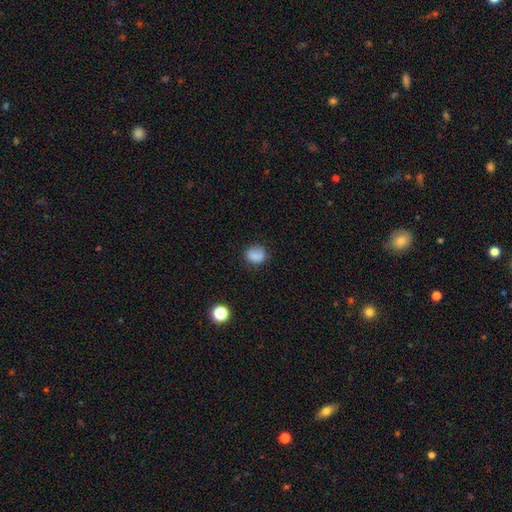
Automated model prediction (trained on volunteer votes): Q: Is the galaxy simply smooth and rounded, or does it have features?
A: smooth — 84%.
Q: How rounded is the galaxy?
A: round — 65%.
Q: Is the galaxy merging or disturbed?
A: none — 77%.